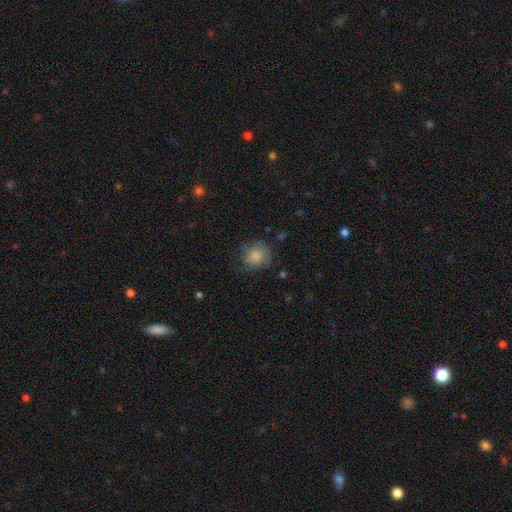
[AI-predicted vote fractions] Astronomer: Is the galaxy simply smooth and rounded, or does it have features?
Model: smooth — 82%.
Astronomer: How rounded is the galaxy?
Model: round — 85%.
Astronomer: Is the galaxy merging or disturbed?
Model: none — 72%.